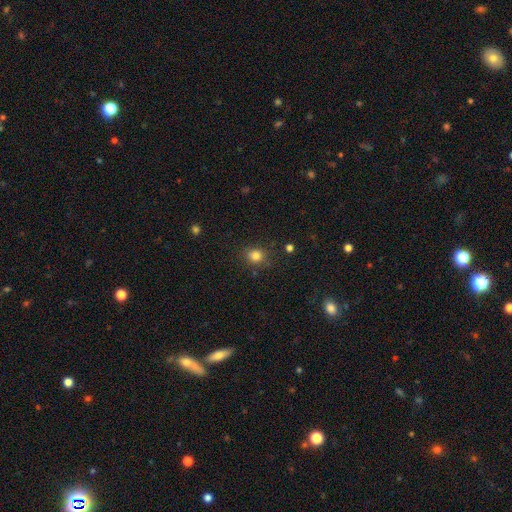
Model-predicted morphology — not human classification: type=smooth (81%); roundness=round (75%); merging=none (82%).